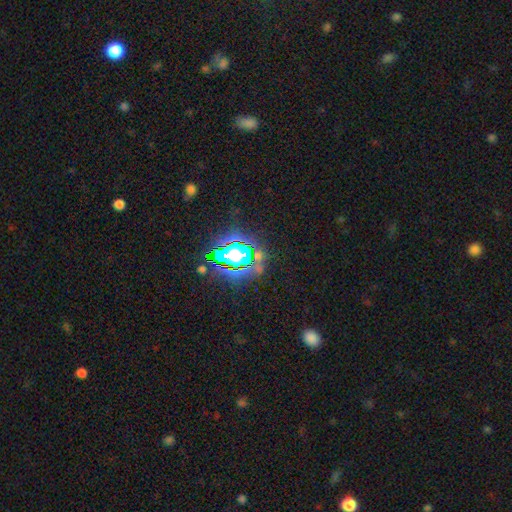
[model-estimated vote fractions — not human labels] smooth_or_featured: star or artifact (p=0.66) [alt: smooth p=0.20]